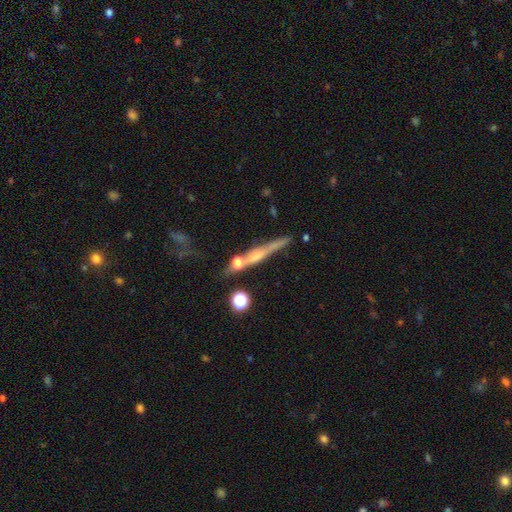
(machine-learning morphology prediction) smooth_or_featured: featured or disk (p=0.60) [alt: smooth p=0.29]
disk_edge_on: yes (p=0.92) [alt: no p=0.08]
edge_on_bulge: rounded (p=0.60) [alt: none p=0.29]
merging: none (p=0.64) [alt: minor disturbance p=0.16]